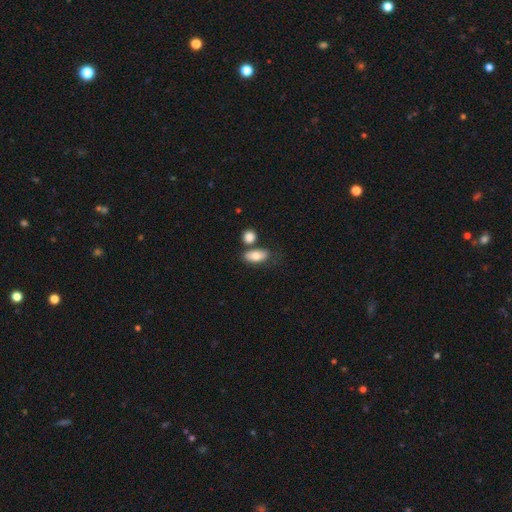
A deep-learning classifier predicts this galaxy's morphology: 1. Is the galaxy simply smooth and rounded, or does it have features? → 78% smooth, 15% featured or disk, 7% star or artifact.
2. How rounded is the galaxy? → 86% in between, 8% round, 6% cigar-shaped.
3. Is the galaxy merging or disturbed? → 56% none, 21% merger, 17% minor disturbance, 6% major disturbance.